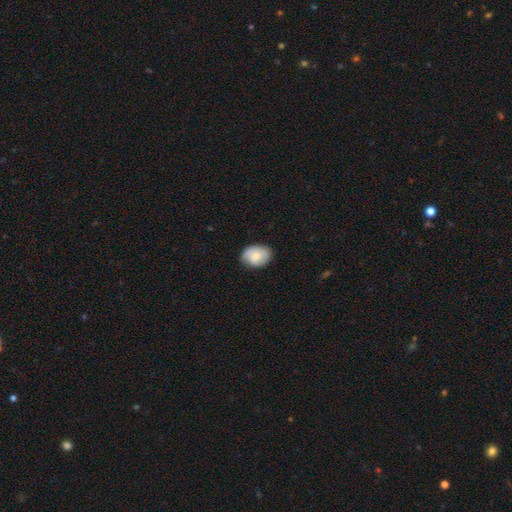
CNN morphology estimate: A smooth galaxy with no disk features (73%) that is in between round and cigar-shaped (69%). Merging: none (75%).